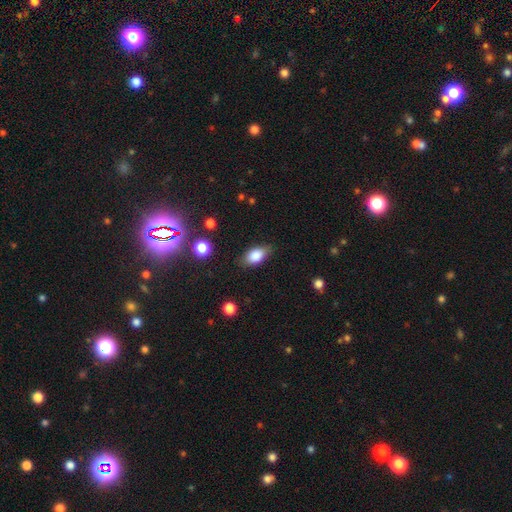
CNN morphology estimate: type=smooth (82%); roundness=in between (88%); merging=none (79%).